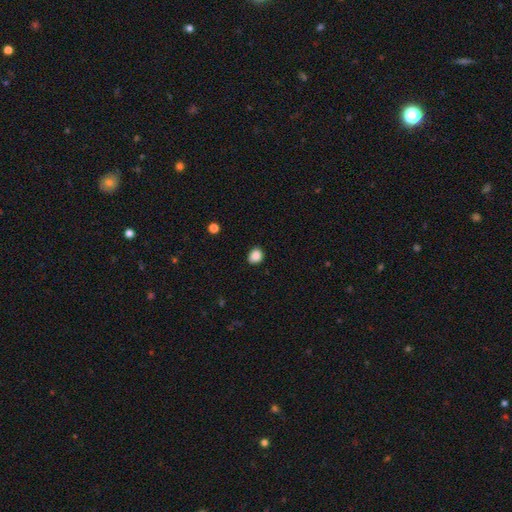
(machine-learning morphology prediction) smooth 88%, star or artifact 9%, featured or disk 3%. Down the decision tree: how rounded — round (57%); merging — none (84%).